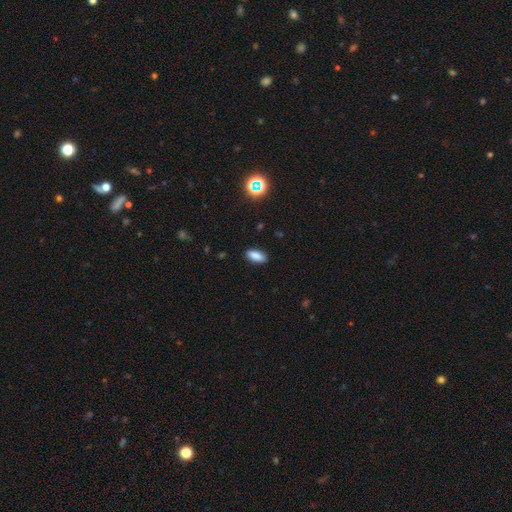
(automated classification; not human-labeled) A smooth galaxy with no disk features (86%) that is in between round and cigar-shaped (85%). Merging: none (88%).